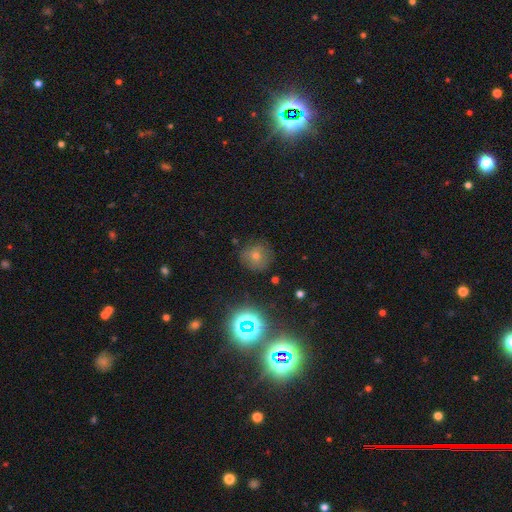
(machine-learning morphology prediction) The model was most divided on "smooth or featured": smooth: 49%, star or artifact: 32%, featured or disk: 19%. More confident: merging — none (81%).